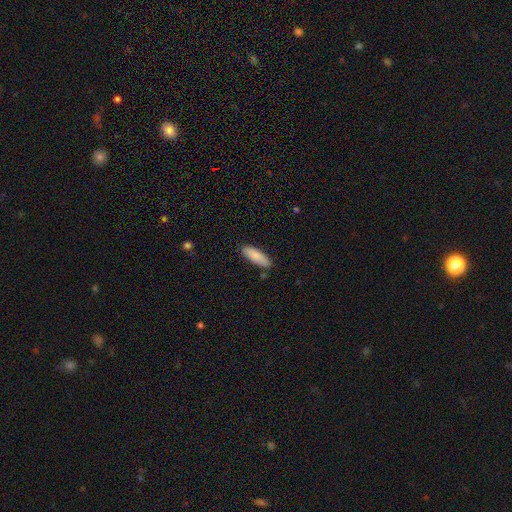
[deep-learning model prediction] Overall: smooth (87%). How rounded: in between (56%; cigar-shaped 42%). Merging: none (84%).